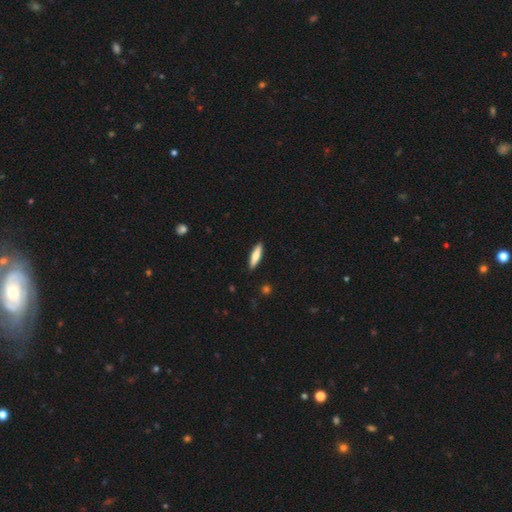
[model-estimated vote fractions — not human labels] A smooth galaxy with no disk features (73%) that is cigar-shaped (70%). Merging: none (90%).